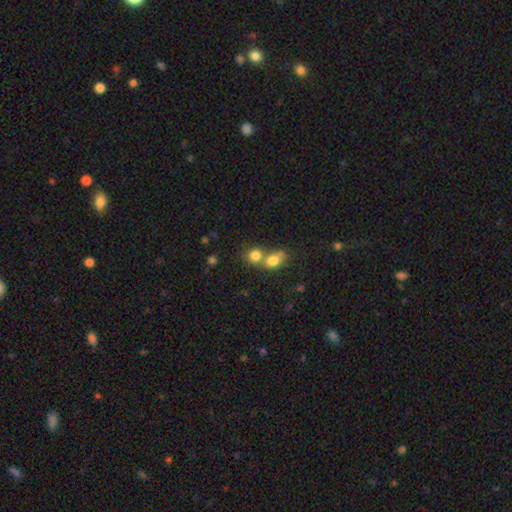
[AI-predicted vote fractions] smooth_or_featured: smooth (p=0.80) [alt: star or artifact p=0.10]
how_rounded: round (p=0.69) [alt: in between p=0.30]
merging: merger (p=0.56) [alt: none p=0.33]